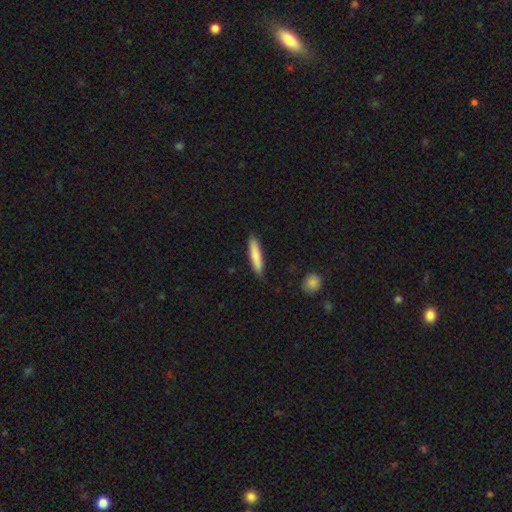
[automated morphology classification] This appears to be a smooth galaxy with no disk features (81%) that is cigar-shaped (88%). Merging: none (85%).